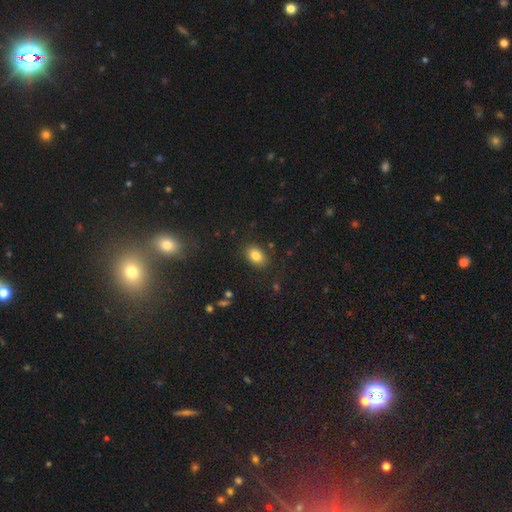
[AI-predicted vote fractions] This appears to be a smooth galaxy with no disk features (82%) that is in between round and cigar-shaped (78%). Merging: none (85%).